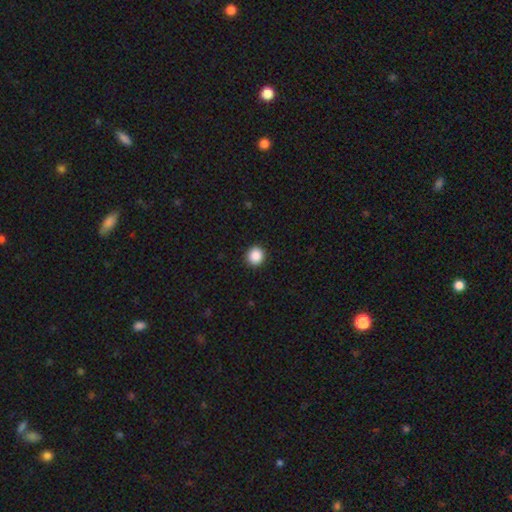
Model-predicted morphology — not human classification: smooth-or-featured: smooth: 88% | star or artifact: 9% | featured or disk: 3%
  how-rounded: round: 90% | in between: 9% | cigar-shaped: 1%
  merging: none: 92% | minor disturbance: 5% | major disturbance: 2% | merger: 1%